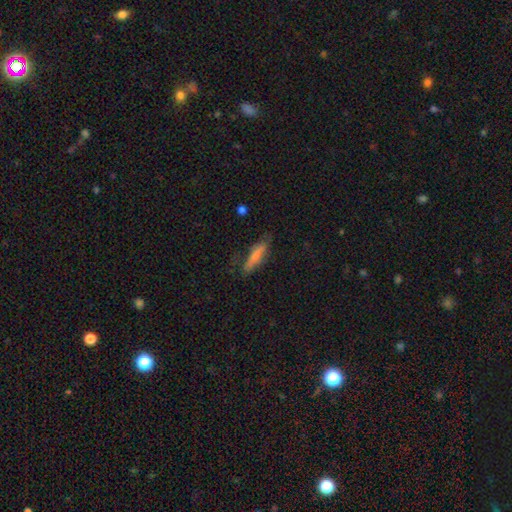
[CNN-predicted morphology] A smooth galaxy with no disk features (69%) that is cigar-shaped (76%).

Vote fractions:
- Smooth or featured? smooth: 69% / featured or disk: 24% / star or artifact: 7%
- How rounded? cigar-shaped: 76% / in between: 22% / round: 2%
- Merging? none: 68% / minor disturbance: 23% / major disturbance: 7% / merger: 2%